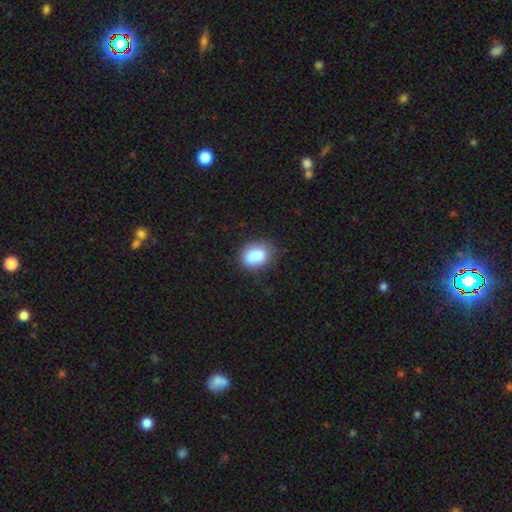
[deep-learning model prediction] Morphology: type=smooth (84%); roundness=in between (63%); merging=none (70%).